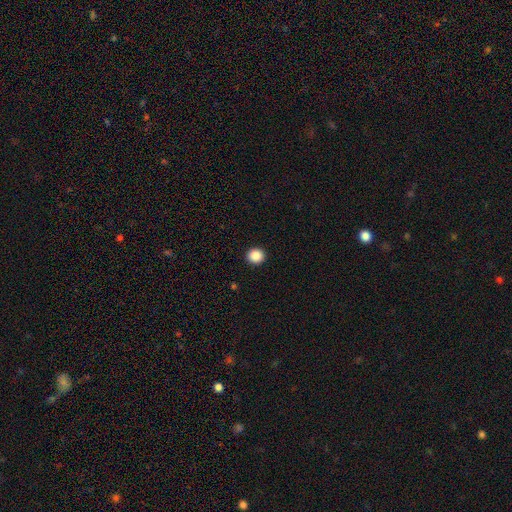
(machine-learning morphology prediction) smooth-or-featured: smooth: 88% | star or artifact: 10% | featured or disk: 3%
  how-rounded: round: 92% | in between: 7% | cigar-shaped: 1%
  merging: none: 93% | minor disturbance: 4% | major disturbance: 2% | merger: 1%